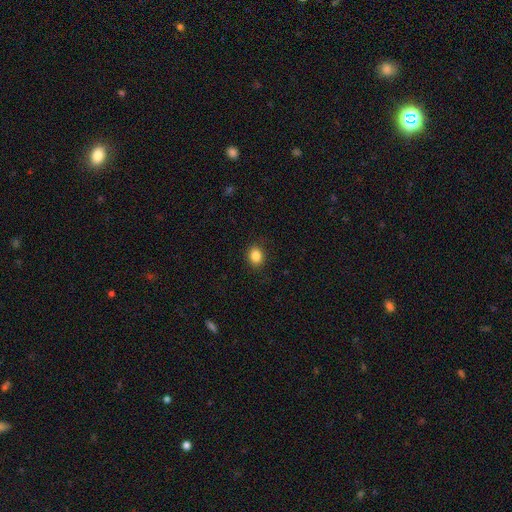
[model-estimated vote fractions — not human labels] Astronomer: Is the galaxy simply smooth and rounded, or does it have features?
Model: smooth — 85%.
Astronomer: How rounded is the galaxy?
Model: round — 55% (runner-up: in between, 44%).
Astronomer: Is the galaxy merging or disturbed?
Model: none — 89%.